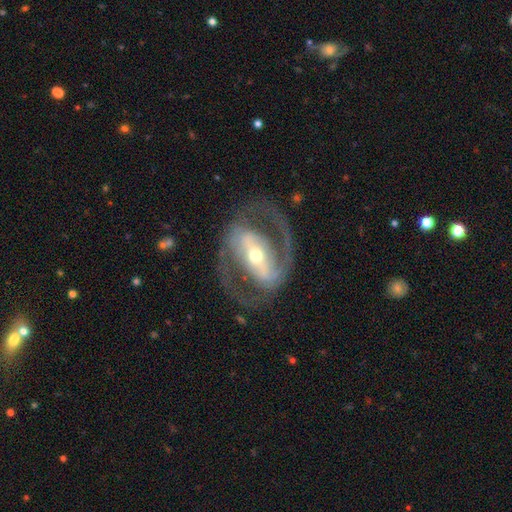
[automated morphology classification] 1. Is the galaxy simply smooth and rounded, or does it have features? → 90% featured or disk, 6% smooth, 4% star or artifact.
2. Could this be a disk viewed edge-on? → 95% no, 5% yes.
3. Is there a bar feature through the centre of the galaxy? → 63% strong, 24% weak, 13% no.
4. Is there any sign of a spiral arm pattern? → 89% yes, 11% no.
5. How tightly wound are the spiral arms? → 57% medium, 25% tight, 18% loose.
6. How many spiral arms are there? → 90% 2, 4% can't tell, 3% 1, 1% 3, 1% 4, 1% more than 4.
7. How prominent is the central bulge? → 52% moderate, 42% small, 4% large, 1% dominant, 1% none.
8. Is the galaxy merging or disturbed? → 76% none, 12% minor disturbance, 11% major disturbance, 1% merger.